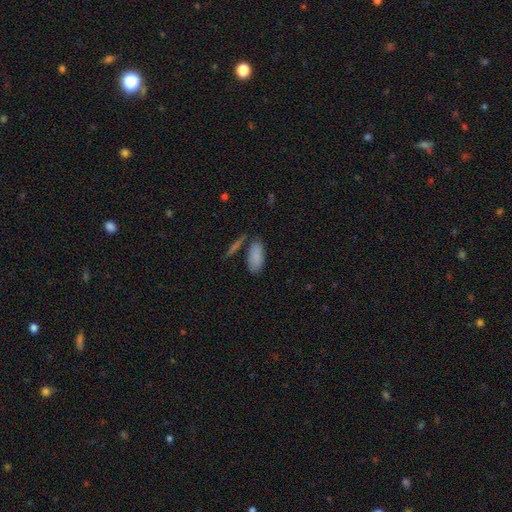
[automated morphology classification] Smooth or featured?
  - smooth: 86% *
  - star or artifact: 7%
  - featured or disk: 7%
How rounded?
  - in between: 88% *
  - cigar-shaped: 10%
  - round: 2%
Merging?
  - none: 71% *
  - minor disturbance: 15%
  - merger: 10%
  - major disturbance: 4%